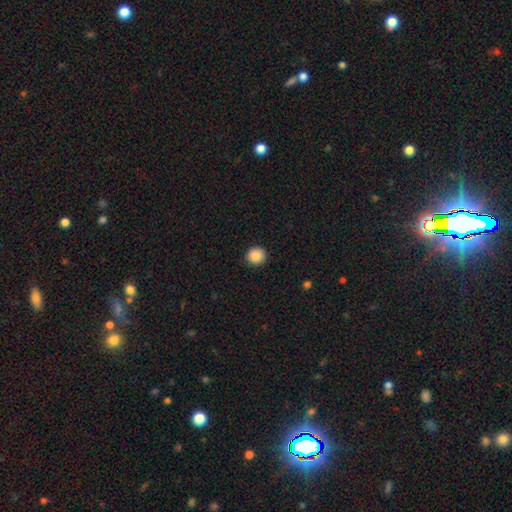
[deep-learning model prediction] smooth_or_featured: smooth (p=0.88) [alt: star or artifact p=0.09]
how_rounded: round (p=0.91) [alt: in between p=0.08]
merging: none (p=0.90) [alt: minor disturbance p=0.07]